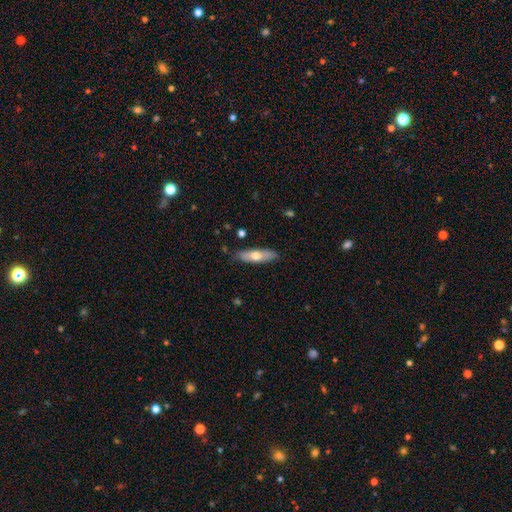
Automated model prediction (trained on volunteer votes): This is possibly a smooth galaxy (60%). How rounded: possibly cigar-shaped (54%). Merging: clearly none (85%).